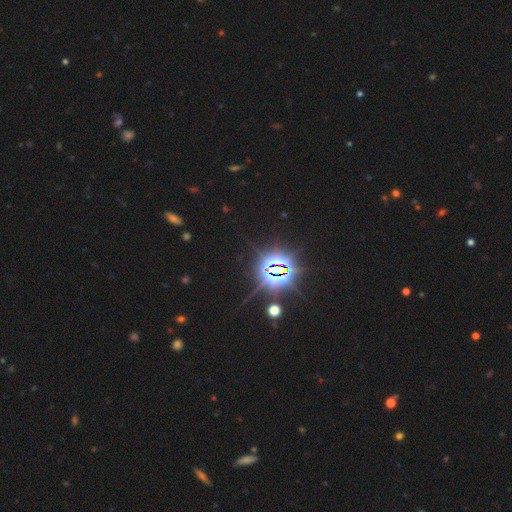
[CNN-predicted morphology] star or artifact 86%, smooth 8%, featured or disk 6%.